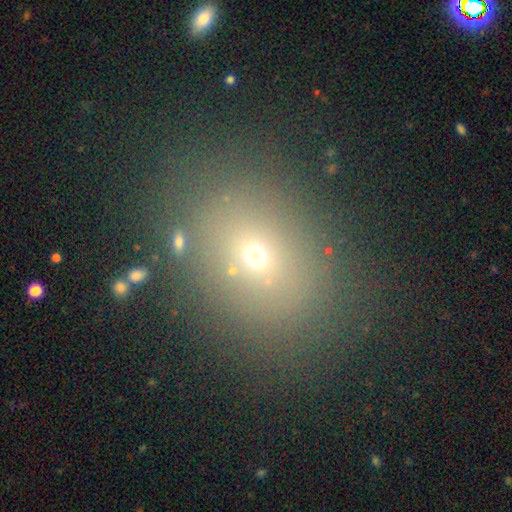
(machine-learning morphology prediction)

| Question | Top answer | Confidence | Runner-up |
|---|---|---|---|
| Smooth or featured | smooth | 61% | star or artifact (24%) |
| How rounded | in between | 57% | round (42%) |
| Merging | none | 79% | minor disturbance (12%) |